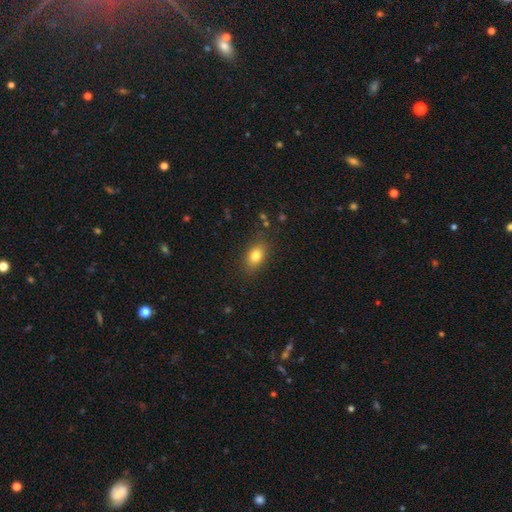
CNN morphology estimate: Smooth or featured: smooth — 80% (featured or disk — 10%)
How rounded: in between — 82% (round — 15%)
Merging: none — 83% (minor disturbance — 12%)